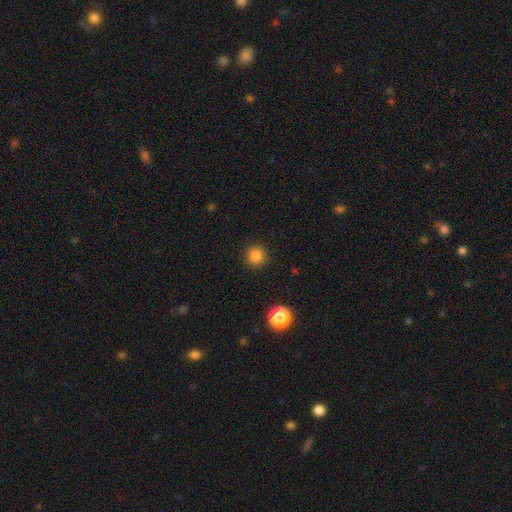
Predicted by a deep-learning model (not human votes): Smooth or featured? smooth (83%)
How rounded? round (94%)
Merging? none (91%)